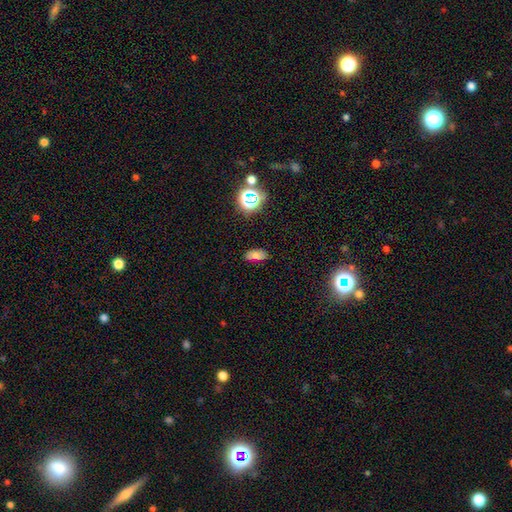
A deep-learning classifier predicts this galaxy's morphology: Smooth or featured: smooth — 71% (star or artifact — 19%)
How rounded: in between — 89% (cigar-shaped — 6%)
Merging: none — 79% (minor disturbance — 15%)